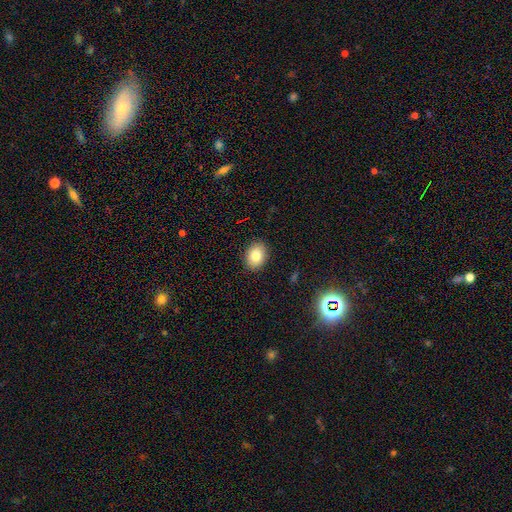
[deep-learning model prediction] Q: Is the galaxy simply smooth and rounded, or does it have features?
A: smooth — 82%.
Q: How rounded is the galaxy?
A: in between — 67%.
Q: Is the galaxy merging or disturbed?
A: none — 89%.